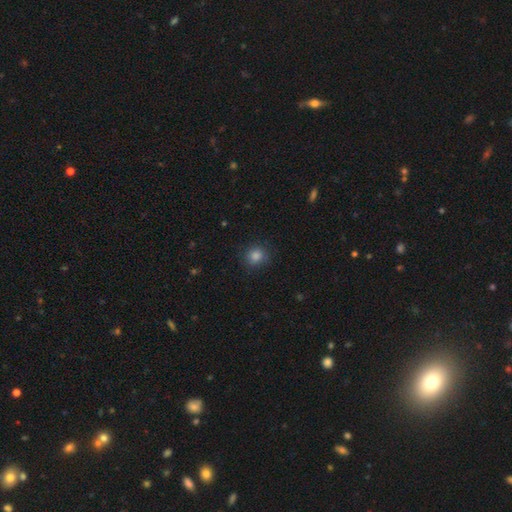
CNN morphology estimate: smooth-or-featured: smooth: 82% | star or artifact: 13% | featured or disk: 5%
  how-rounded: round: 87% | in between: 12% | cigar-shaped: 1%
  merging: none: 86% | minor disturbance: 10% | major disturbance: 3% | merger: 1%